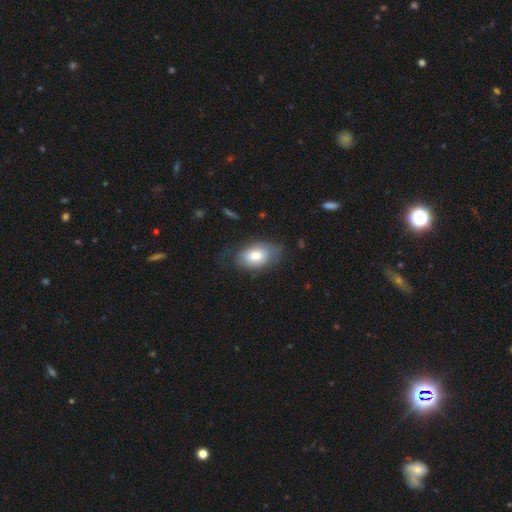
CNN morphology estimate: Smooth or featured? smooth (73%)
How rounded? in between (89%)
Merging? none (62%)